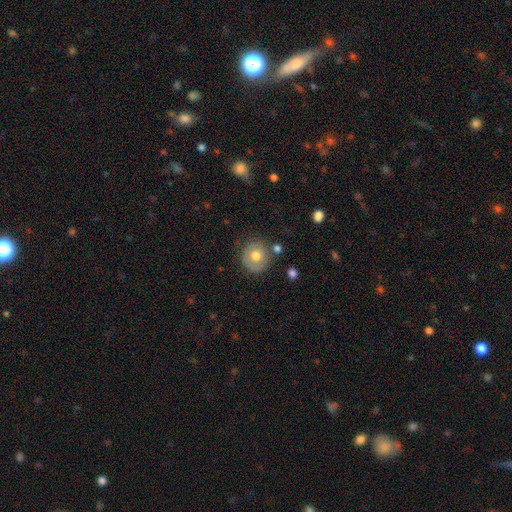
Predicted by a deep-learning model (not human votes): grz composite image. It shows a smooth galaxy with no disk features (66%) that is round (89%). Merging: none (75%).